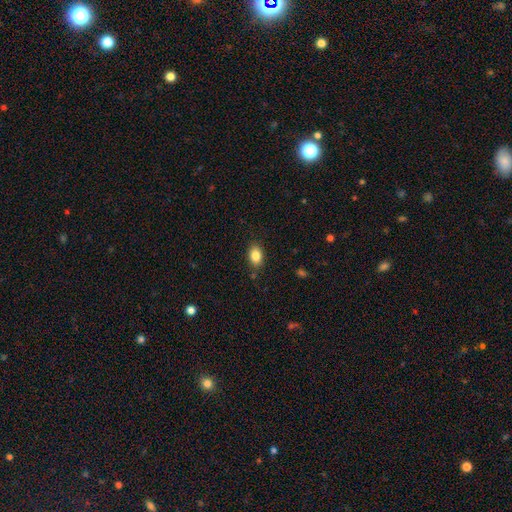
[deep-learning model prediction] A smooth galaxy with no disk features (85%) that is in between round and cigar-shaped (83%).

Vote fractions:
- Smooth or featured? smooth: 85% / star or artifact: 9% / featured or disk: 6%
- How rounded? in between: 83% / round: 16% / cigar-shaped: 1%
- Merging? none: 85% / minor disturbance: 11% / major disturbance: 3% / merger: 2%